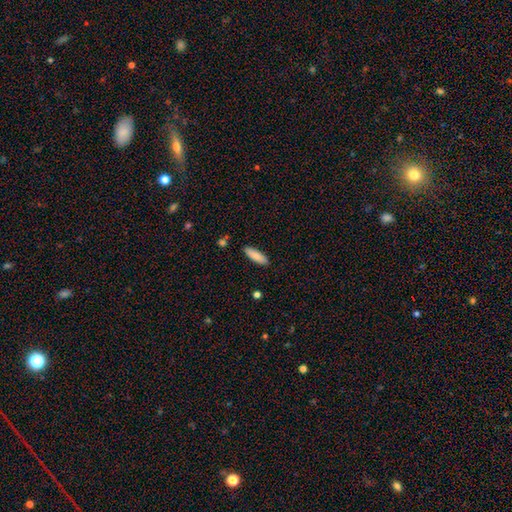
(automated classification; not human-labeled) smooth 86%, featured or disk 8%, star or artifact 6%. Down the decision tree: how rounded — cigar-shaped (52%); merging — none (89%).